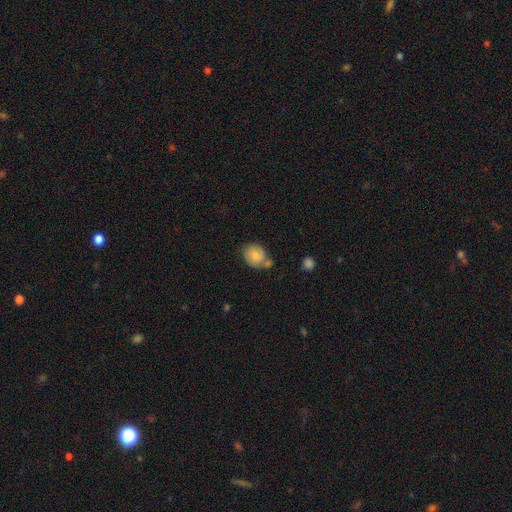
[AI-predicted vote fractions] smooth_or_featured: smooth (p=0.72) [alt: featured or disk p=0.20]
how_rounded: round (p=0.57) [alt: in between p=0.42]
merging: none (p=0.48) [alt: merger p=0.24]